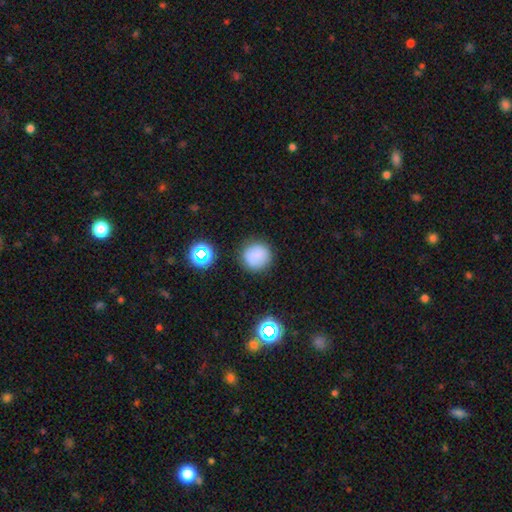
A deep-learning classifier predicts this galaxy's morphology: Smooth or featured: smooth — 80% (star or artifact — 14%)
How rounded: round — 92% (in between — 7%)
Merging: none — 84% (minor disturbance — 10%)